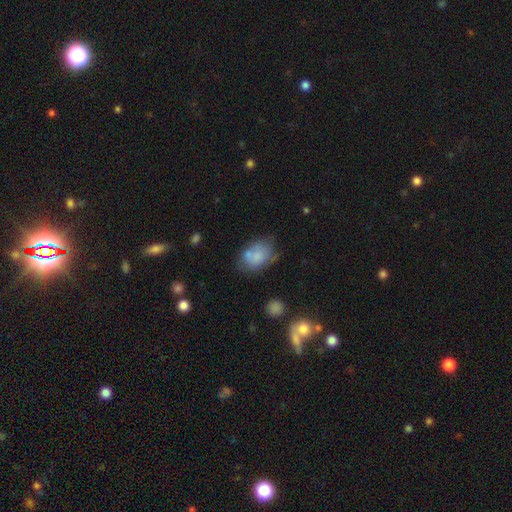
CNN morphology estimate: Overall: smooth (73%). How rounded: in between (76%). Merging: none (45%; minor disturbance 28%).